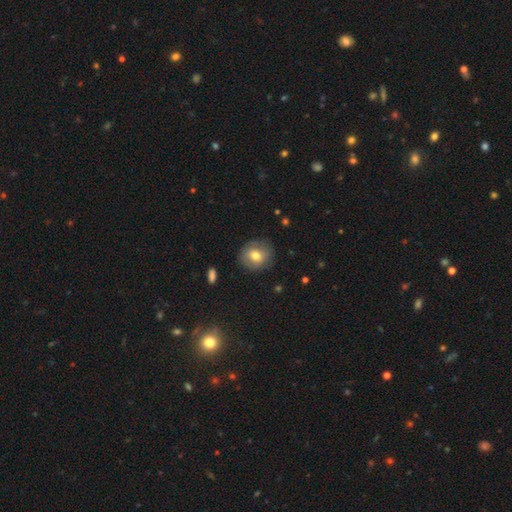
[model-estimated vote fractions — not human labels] Smooth or featured? smooth (65%)
How rounded? round (82%)
Merging? none (81%)